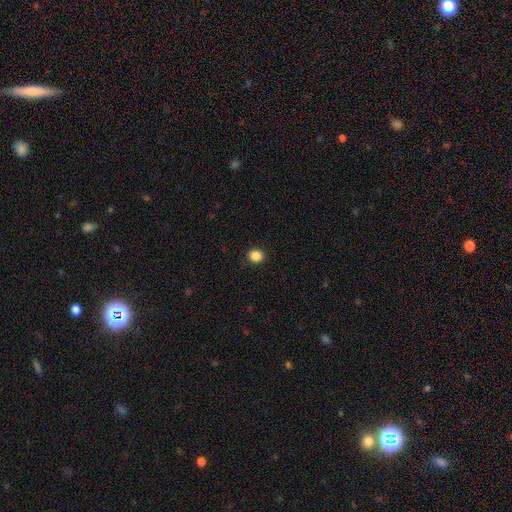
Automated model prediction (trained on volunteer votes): A smooth galaxy with no disk features (86%) that is round (90%). Merging: none (92%).